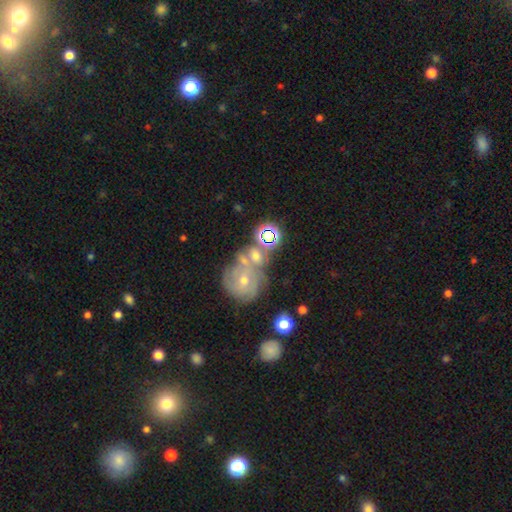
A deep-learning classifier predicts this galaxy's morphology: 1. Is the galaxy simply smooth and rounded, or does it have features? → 49% featured or disk, 28% smooth, 22% star or artifact.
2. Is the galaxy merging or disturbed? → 49% merger, 33% none, 11% minor disturbance, 7% major disturbance.